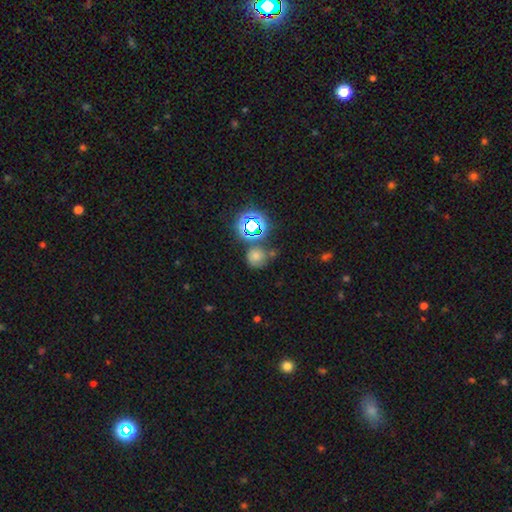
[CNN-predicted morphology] This appears to be a smooth galaxy with no disk features (63%) that is round (85%). Merging: none (62%).